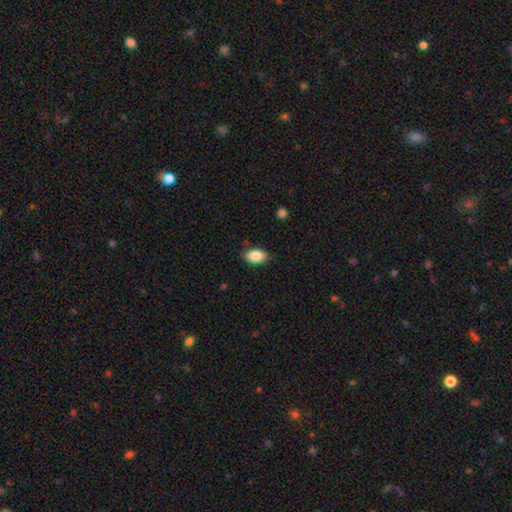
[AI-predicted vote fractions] Smooth or featured? Predicted: smooth (p=0.86). How rounded? Predicted: in between (p=0.89). Merging? Predicted: none (p=0.83).